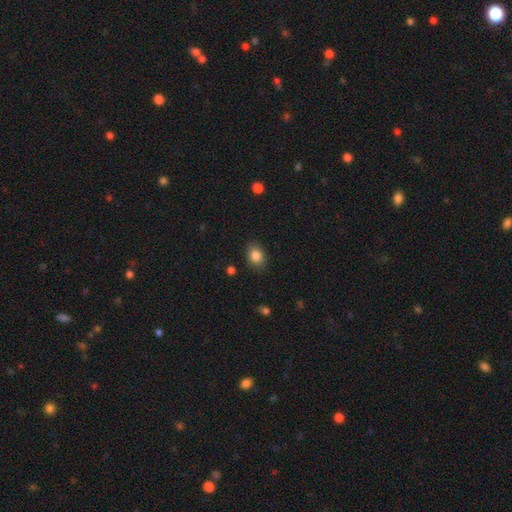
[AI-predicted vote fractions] This appears to be a smooth galaxy with no disk features (84%) that is in between round and cigar-shaped (66%). Merging: none (85%).